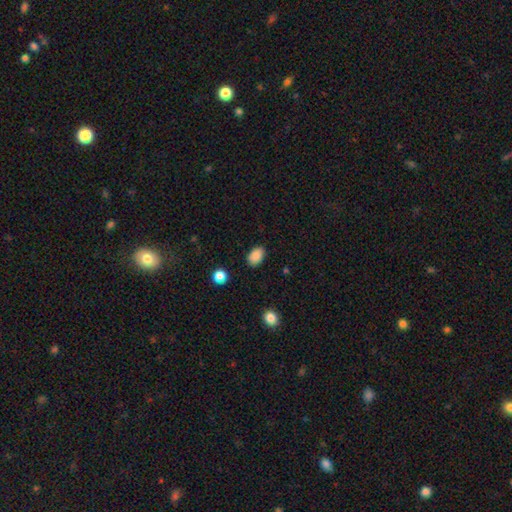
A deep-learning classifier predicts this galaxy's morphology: Smooth or featured?
  - smooth: 88% *
  - star or artifact: 9%
  - featured or disk: 4%
How rounded?
  - in between: 85% *
  - round: 14%
  - cigar-shaped: 1%
Merging?
  - none: 85% *
  - minor disturbance: 12%
  - major disturbance: 3%
  - merger: 1%